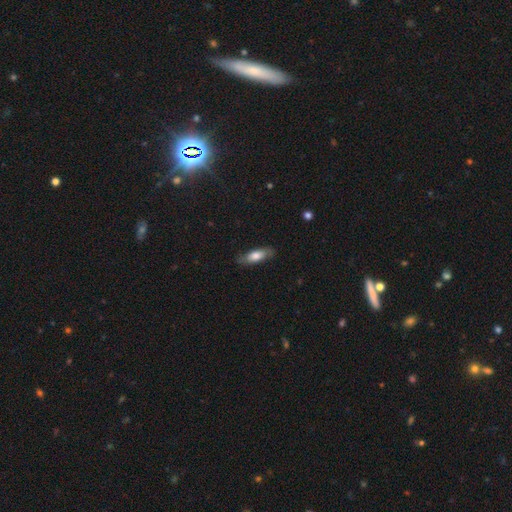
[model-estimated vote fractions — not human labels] Smooth or featured? smooth (68%)
How rounded? in between (61%)
Merging? none (80%)